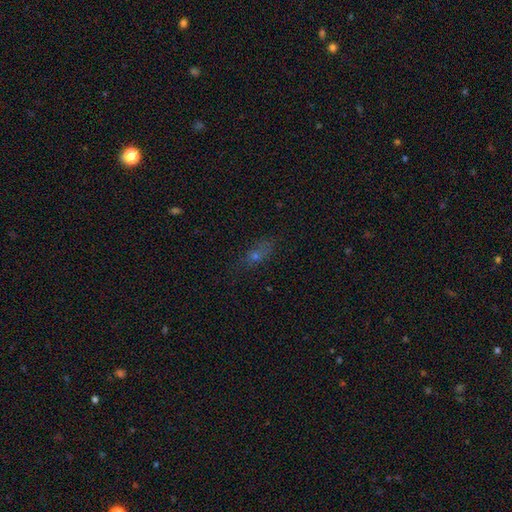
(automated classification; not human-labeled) A smooth galaxy with no disk features (50%). Merging: none (70%).